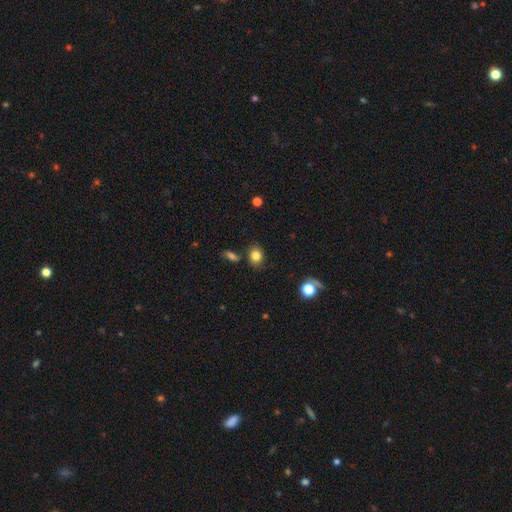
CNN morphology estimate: This is clearly a smooth galaxy (82%). How rounded: possibly in between (51%). Merging: likely none (79%).